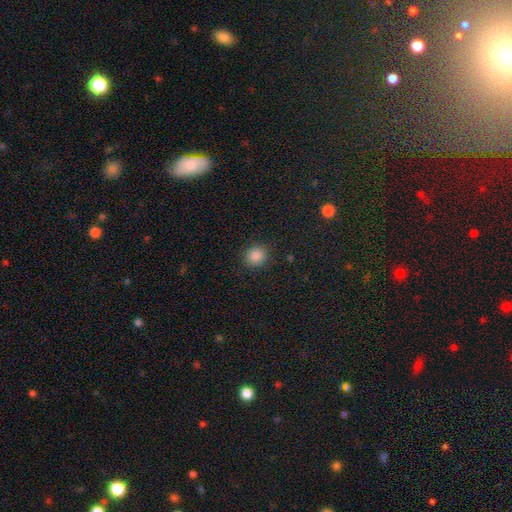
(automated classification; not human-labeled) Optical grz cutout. It shows a smooth galaxy with no disk features (87%) that is round (82%). Merging: none (88%).